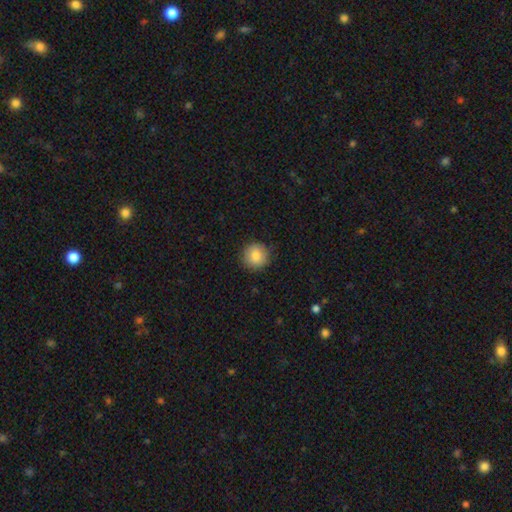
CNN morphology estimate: This appears to be a smooth galaxy with no disk features (85%) that is round (93%). Merging: none (88%).